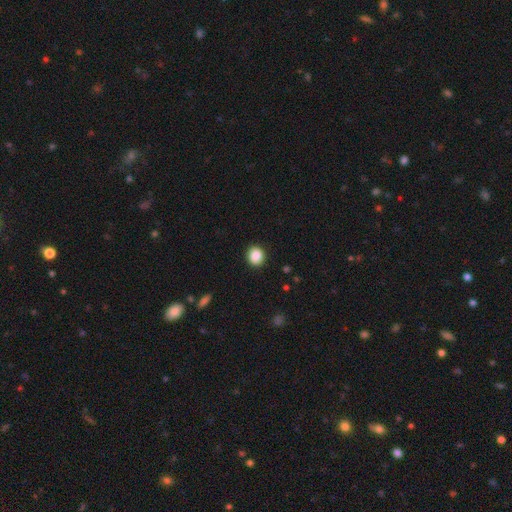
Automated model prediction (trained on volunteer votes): Morphology: type=smooth (88%); roundness=round (77%); merging=none (90%).